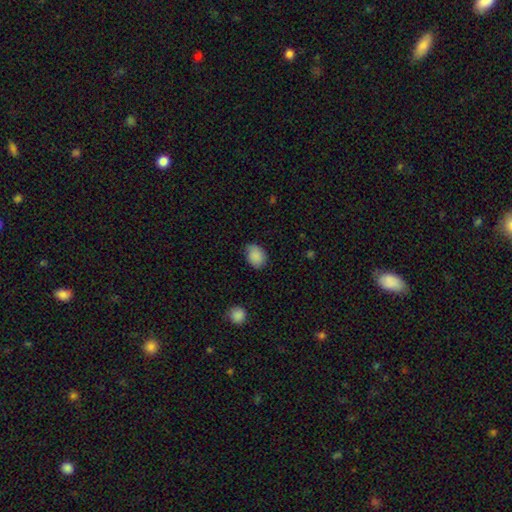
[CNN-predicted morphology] Smooth or featured? smooth (86%)
How rounded? in between (69%)
Merging? none (66%)